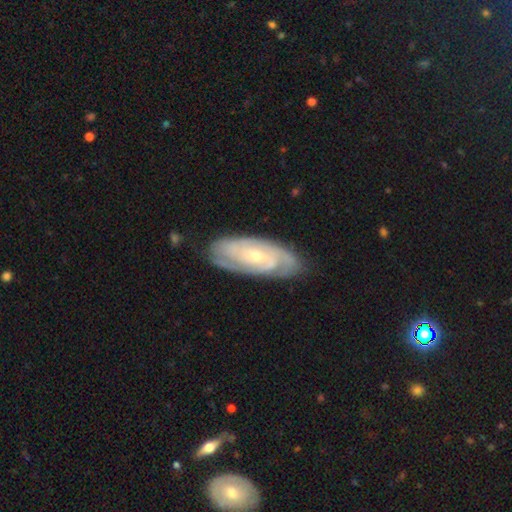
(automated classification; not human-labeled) Smooth or featured? featured or disk (83%)
Edge-on disk? no (92%)
Bar? no (62%)
Spiral arms? yes (95%)
Spiral winding? tight (69%)
Spiral arm count? 2 (36%)
Bulge size? small (62%)
Merging? none (79%)